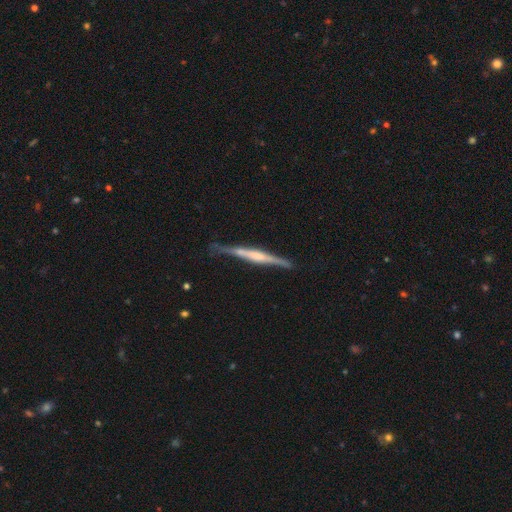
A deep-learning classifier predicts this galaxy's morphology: smooth_or_featured: featured or disk (p=0.75) [alt: smooth p=0.20]
disk_edge_on: yes (p=0.97) [alt: no p=0.03]
edge_on_bulge: rounded (p=0.39) [alt: boxy p=0.36]
merging: none (p=0.82) [alt: minor disturbance p=0.14]